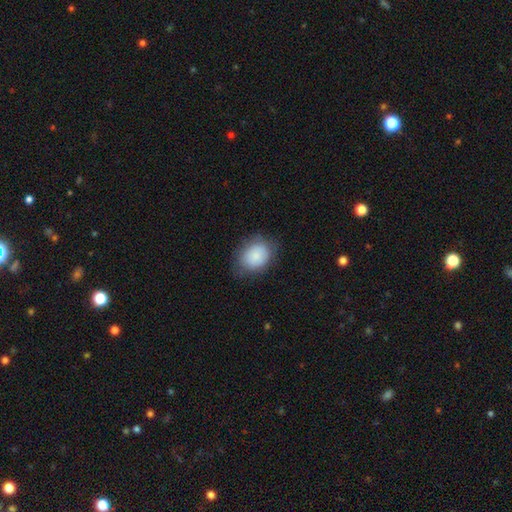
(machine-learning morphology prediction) Q: Smooth or featured?
A: smooth (85%); runner-up: star or artifact (7%)
Q: How rounded?
A: in between (57%); runner-up: round (42%)
Q: Merging?
A: none (74%); runner-up: minor disturbance (19%)